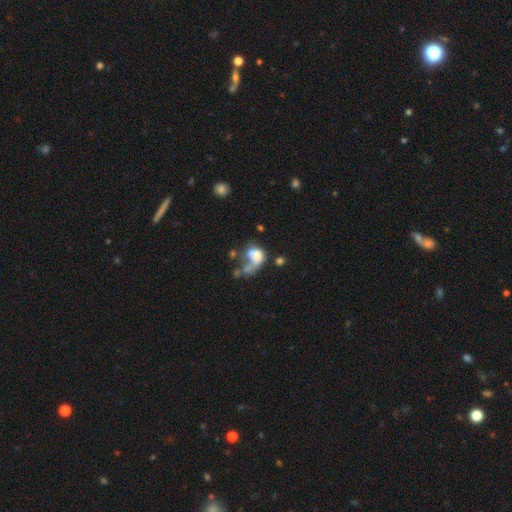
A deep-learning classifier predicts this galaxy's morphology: Overall: smooth (55%; featured or disk 34%). How rounded: in between (64%; round 34%). Merging: merger (38%; major disturbance 37%).